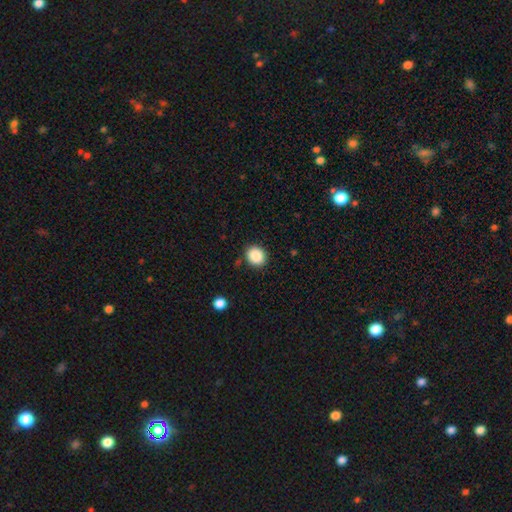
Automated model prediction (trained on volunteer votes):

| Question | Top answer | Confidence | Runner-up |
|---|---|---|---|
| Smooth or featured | smooth | 88% | star or artifact (9%) |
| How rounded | round | 71% | in between (28%) |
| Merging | none | 87% | minor disturbance (9%) |